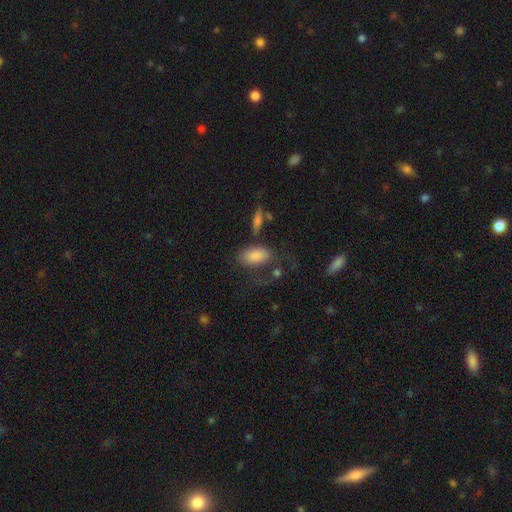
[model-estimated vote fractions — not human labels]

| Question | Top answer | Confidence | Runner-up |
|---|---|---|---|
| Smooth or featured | smooth | 83% | featured or disk (9%) |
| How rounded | in between | 93% | round (4%) |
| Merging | none | 48% | minor disturbance (21%) |